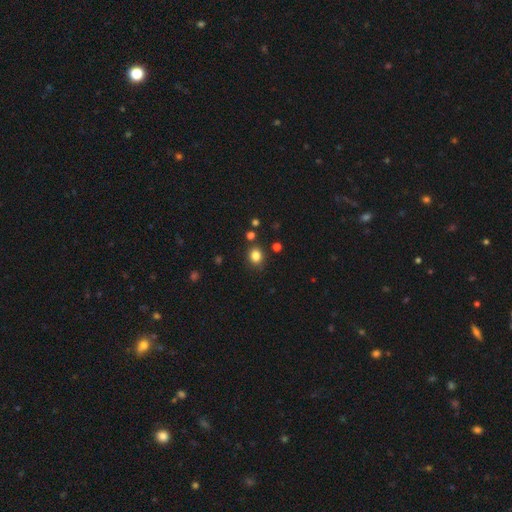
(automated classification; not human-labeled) Smooth or featured? Predicted: smooth (p=0.83). How rounded? Predicted: round (p=0.68). Merging? Predicted: none (p=0.82).